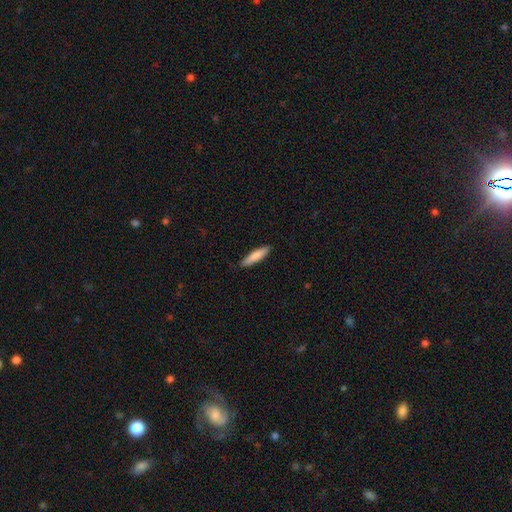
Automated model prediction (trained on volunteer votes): smooth_or_featured: smooth (p=0.82) [alt: featured or disk p=0.13]
how_rounded: cigar-shaped (p=0.80) [alt: in between p=0.18]
merging: none (p=0.87) [alt: minor disturbance p=0.10]